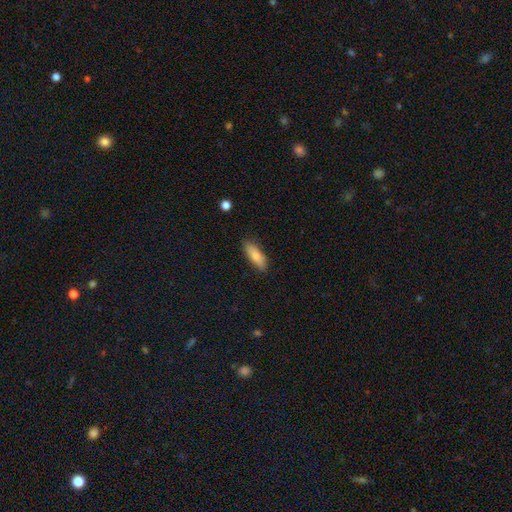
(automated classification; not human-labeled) smooth-or-featured: smooth: 81% | featured or disk: 13% | star or artifact: 6%
  how-rounded: in between: 64% | cigar-shaped: 34% | round: 2%
  merging: none: 84% | minor disturbance: 12% | major disturbance: 2% | merger: 1%